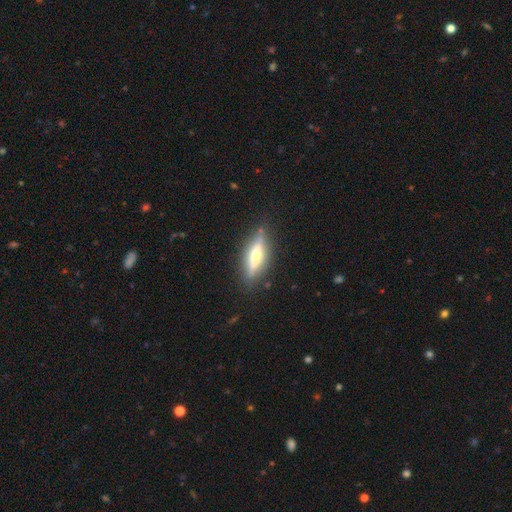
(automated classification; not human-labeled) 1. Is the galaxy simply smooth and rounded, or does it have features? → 63% featured or disk, 31% smooth, 6% star or artifact.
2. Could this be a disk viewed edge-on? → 92% yes, 8% no.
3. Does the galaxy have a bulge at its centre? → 77% rounded, 12% none, 11% boxy.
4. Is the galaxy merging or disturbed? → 84% none, 11% minor disturbance, 3% major disturbance, 2% merger.